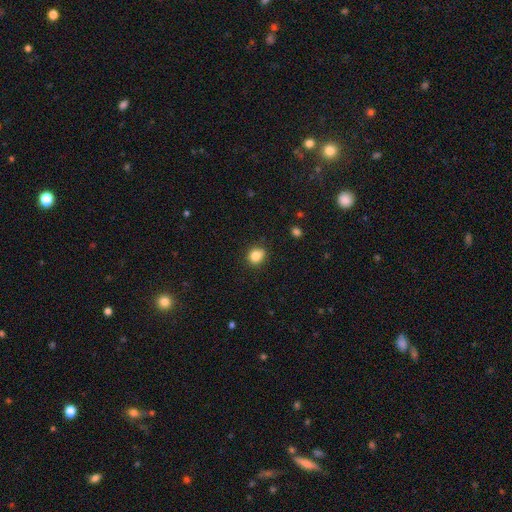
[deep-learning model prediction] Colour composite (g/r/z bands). It shows a smooth galaxy with no disk features (84%) that is round (70%). Merging: none (81%).